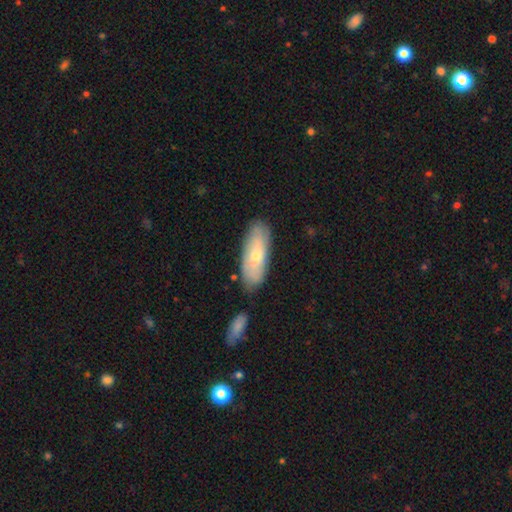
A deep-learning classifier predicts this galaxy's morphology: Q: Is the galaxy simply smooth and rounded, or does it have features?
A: smooth — 61%.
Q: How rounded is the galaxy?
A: in between — 71%.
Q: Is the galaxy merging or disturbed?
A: none — 76%.